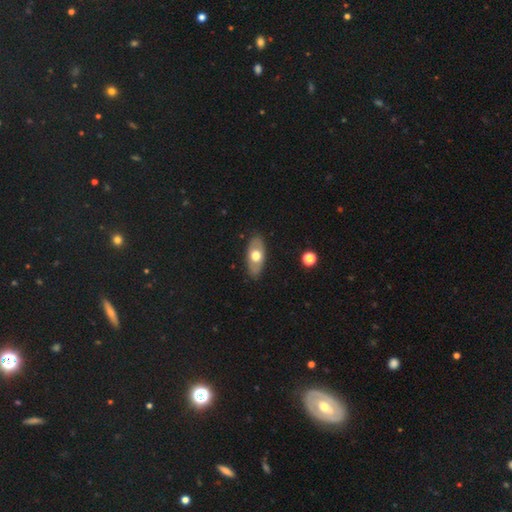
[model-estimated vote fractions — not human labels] smooth_or_featured: smooth (p=0.52) [alt: featured or disk p=0.43]
how_rounded: in between (p=0.88) [alt: cigar-shaped p=0.06]
merging: none (p=0.85) [alt: minor disturbance p=0.11]